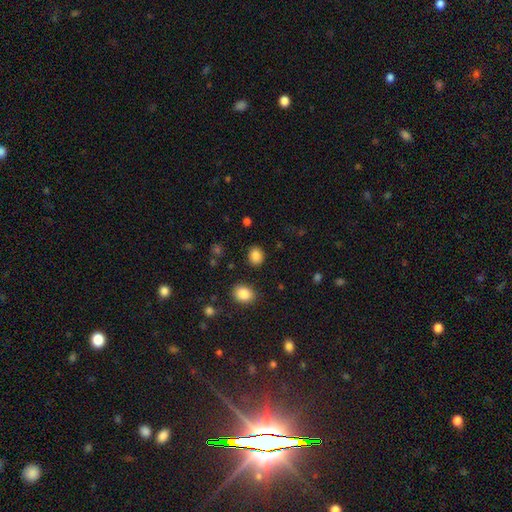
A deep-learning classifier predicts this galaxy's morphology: The model was most divided on "how rounded": round: 66%, in between: 33%, cigar-shaped: 1%. More confident: merging — none (88%); smooth or featured — smooth (86%).